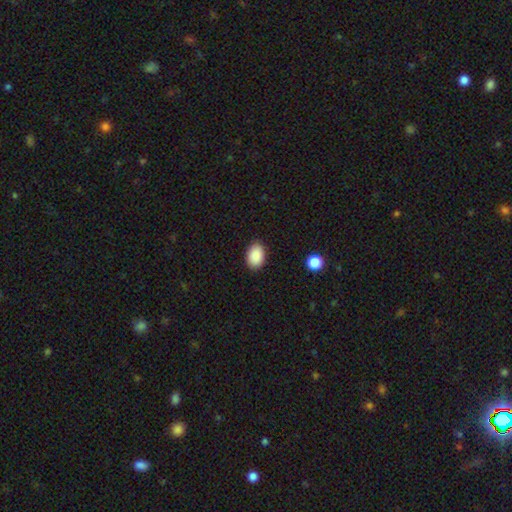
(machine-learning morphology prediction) Smooth or featured: smooth — 89% (star or artifact — 7%)
How rounded: in between — 86% (round — 13%)
Merging: none — 88% (minor disturbance — 9%)